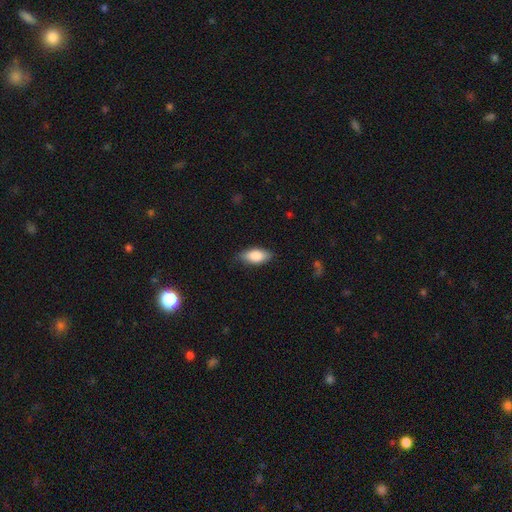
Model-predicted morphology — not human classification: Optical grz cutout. It shows a smooth galaxy with no disk features (82%) that is in between round and cigar-shaped (88%). Merging: none (79%).